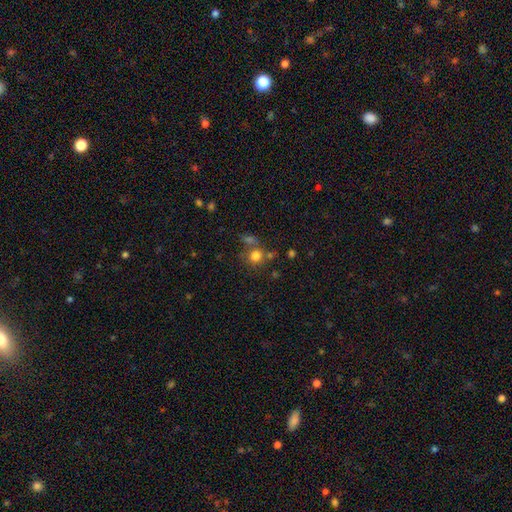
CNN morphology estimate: A smooth galaxy with no disk features (77%) that is round (87%). Merging: none (60%).